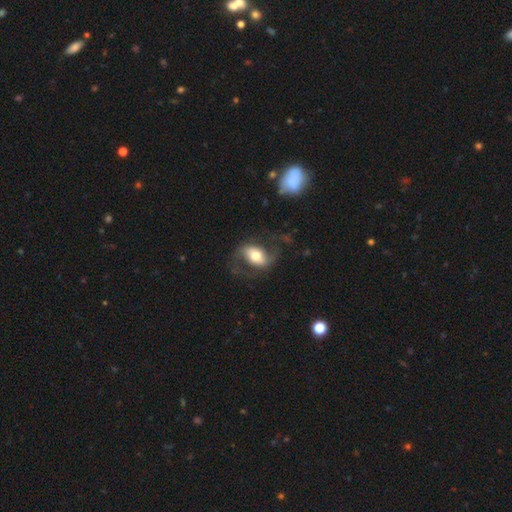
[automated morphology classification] A featured or disk galaxy (55%) with no bar (37%), spiral arms (78%) and a moderate central bulge (58%).

Vote fractions:
- Smooth or featured? featured or disk: 55% / smooth: 38% / star or artifact: 7%
- Edge-on disk? no: 93% / yes: 7%
- Bar? no: 37% / weak: 32% / strong: 31%
- Spiral arms? yes: 78% / no: 22%
- Bulge size? moderate: 58% / large: 26% / small: 10% / dominant: 4% / none: 1%
- Merging? none: 62% / minor disturbance: 18% / major disturbance: 18% / merger: 2%